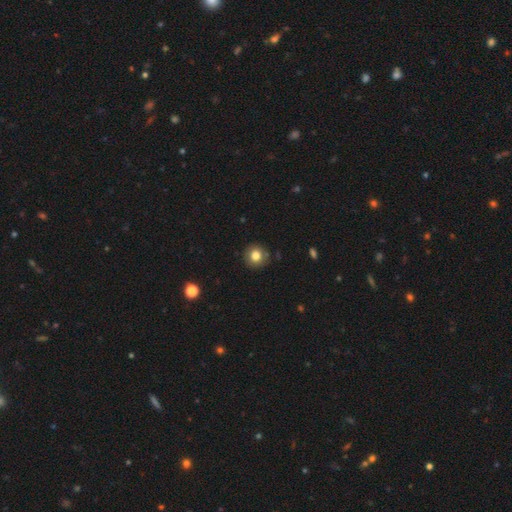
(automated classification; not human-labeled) smooth 81%, star or artifact 10%, featured or disk 9%. Down the decision tree: how rounded — round (90%); merging — none (87%).